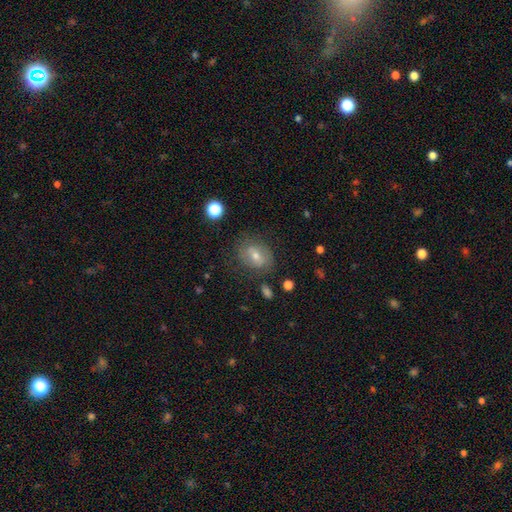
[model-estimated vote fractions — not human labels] This appears to be a smooth galaxy with no disk features (53%) that is in between round and cigar-shaped (65%). Merging: none (75%).